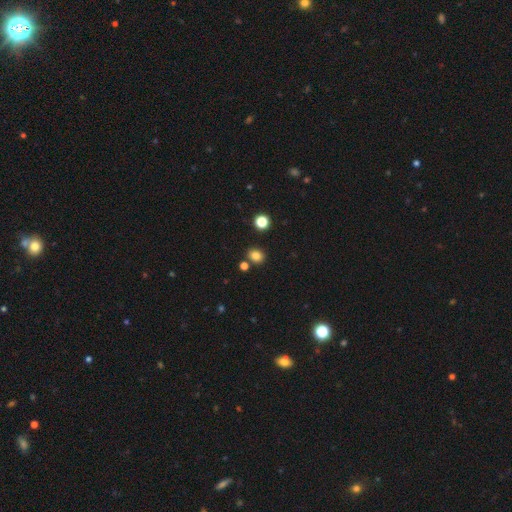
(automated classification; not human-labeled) The model was most divided on "how rounded": round: 60%, in between: 39%, cigar-shaped: 1%. More confident: smooth or featured — smooth (82%); merging — none (81%).